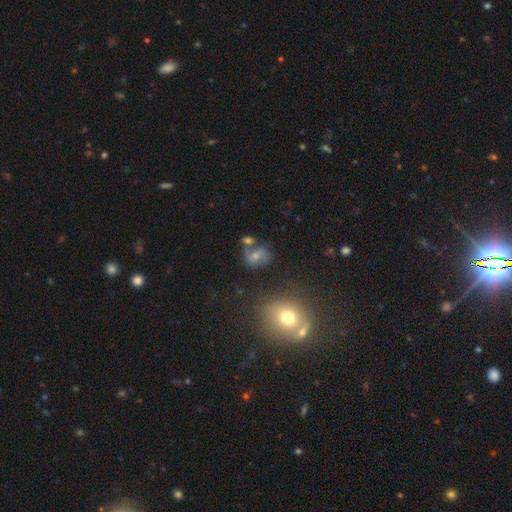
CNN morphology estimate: type=smooth (54%); roundness=round (50%); merging=none (49%).